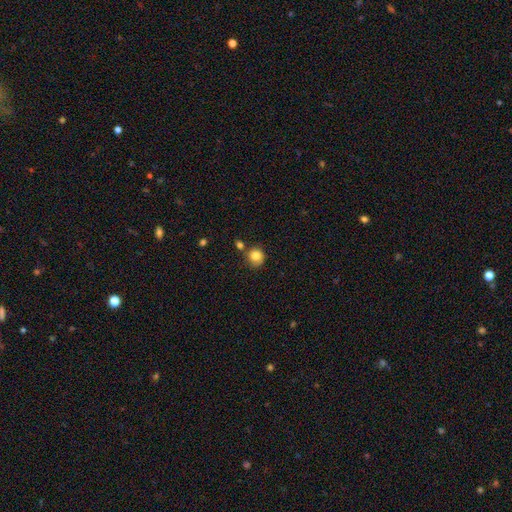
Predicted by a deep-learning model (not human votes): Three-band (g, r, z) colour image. It shows a smooth galaxy with no disk features (83%) that is round (89%). Merging: none (73%).